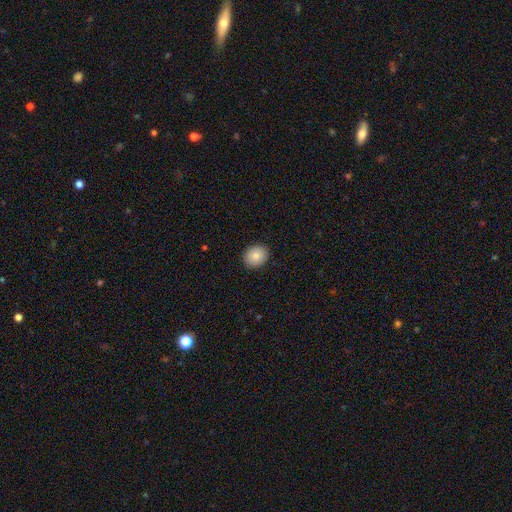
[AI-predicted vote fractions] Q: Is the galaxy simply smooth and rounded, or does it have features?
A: smooth — 86%.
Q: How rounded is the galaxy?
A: round — 57%.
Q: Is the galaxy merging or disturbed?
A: none — 89%.